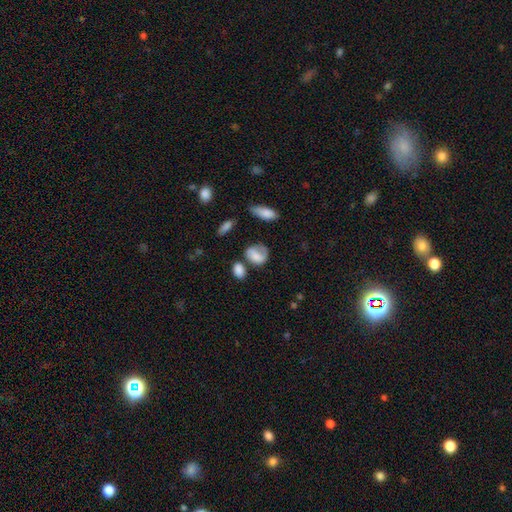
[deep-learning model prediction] Smooth or featured? Predicted: smooth (p=0.69). How rounded? Predicted: in between (p=0.59). Merging? Predicted: none (p=0.43).